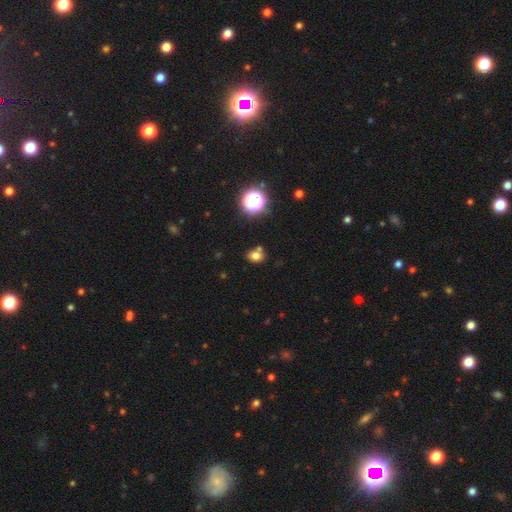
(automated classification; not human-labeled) smooth-or-featured: smooth: 74% | star or artifact: 17% | featured or disk: 9%
  how-rounded: in between: 53% | round: 46% | cigar-shaped: 1%
  merging: none: 68% | merger: 15% | minor disturbance: 13% | major disturbance: 4%